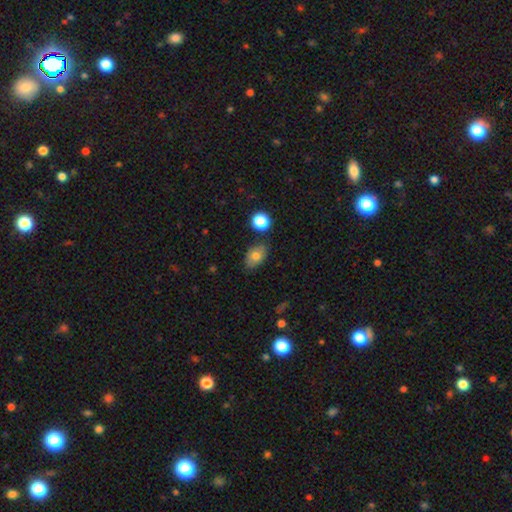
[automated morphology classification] This is likely a smooth galaxy (74%). How rounded: clearly in between (83%). Merging: likely none (76%).